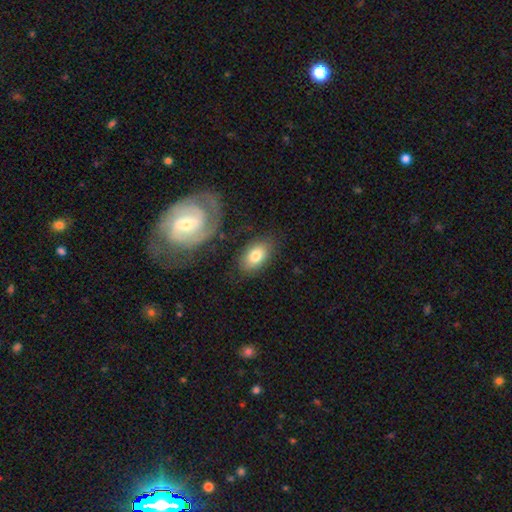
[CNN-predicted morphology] Q: Smooth or featured?
A: smooth (78%); runner-up: featured or disk (15%)
Q: How rounded?
A: in between (89%); runner-up: round (9%)
Q: Merging?
A: none (76%); runner-up: minor disturbance (14%)